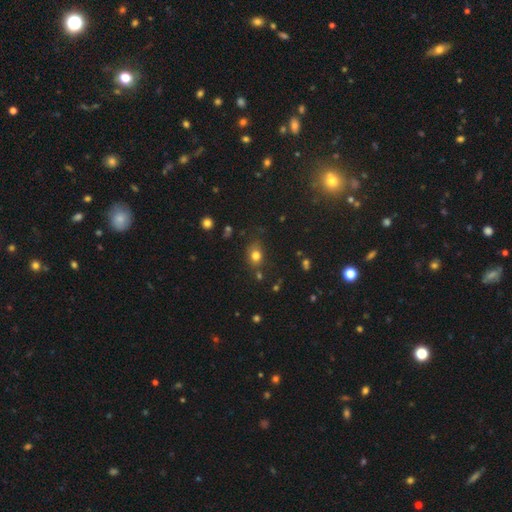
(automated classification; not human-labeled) Smooth or featured: smooth — 77% (star or artifact — 15%)
How rounded: round — 52% (in between — 46%)
Merging: none — 71% (minor disturbance — 18%)